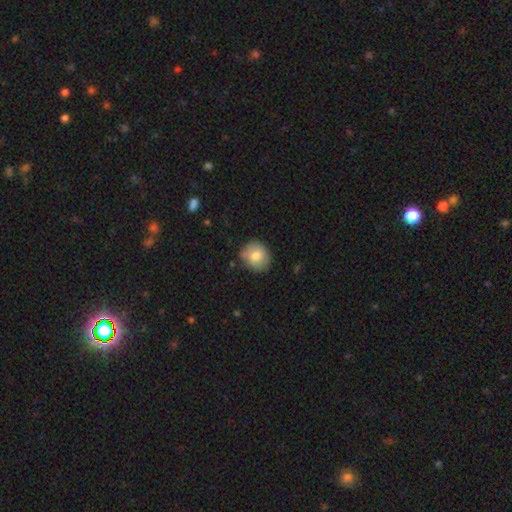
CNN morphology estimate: smooth 79%, featured or disk 13%, star or artifact 8%. Down the decision tree: how rounded — round (82%); merging — none (78%).